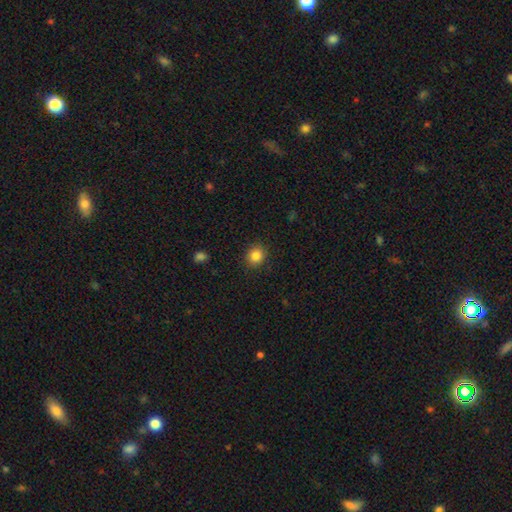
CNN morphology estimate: Smooth or featured?
  - smooth: 85% *
  - star or artifact: 10%
  - featured or disk: 5%
How rounded?
  - round: 80% *
  - in between: 19%
  - cigar-shaped: 1%
Merging?
  - none: 90% *
  - minor disturbance: 7%
  - major disturbance: 2%
  - merger: 1%